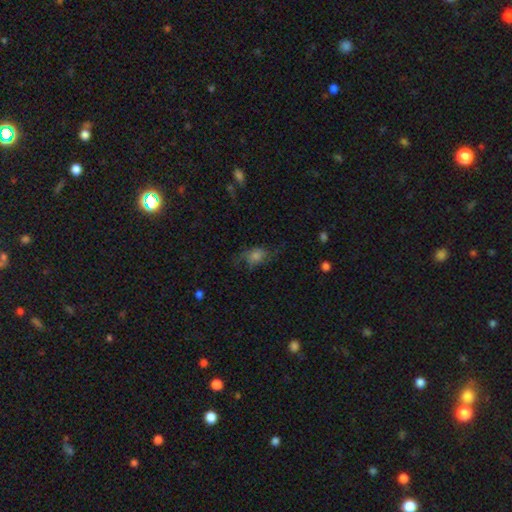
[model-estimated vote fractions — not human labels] smooth-or-featured: smooth: 42% | featured or disk: 41% | star or artifact: 18%
  merging: none: 55% | minor disturbance: 22% | major disturbance: 21% | merger: 2%